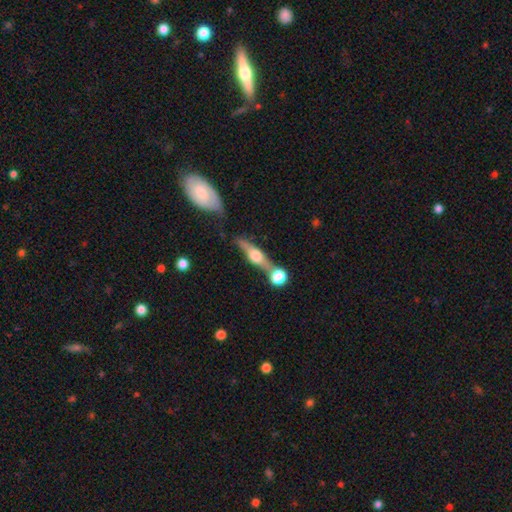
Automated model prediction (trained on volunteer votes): smooth_or_featured: featured or disk (p=0.66) [alt: smooth p=0.27]
disk_edge_on: yes (p=0.90) [alt: no p=0.10]
edge_on_bulge: rounded (p=0.93) [alt: boxy p=0.05]
merging: none (p=0.53) [alt: merger p=0.30]